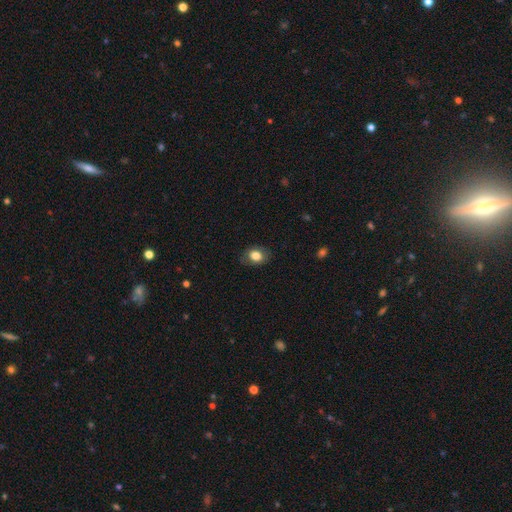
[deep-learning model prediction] Overall: smooth (81%). How rounded: in between (61%; round 38%). Merging: none (81%).